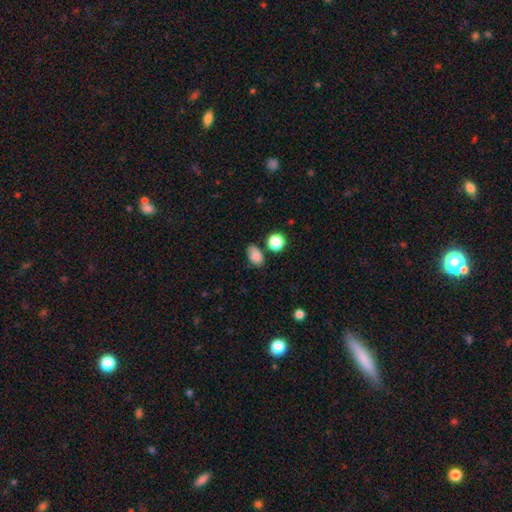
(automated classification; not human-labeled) Morphology: type=smooth (82%); roundness=in between (80%); merging=none (62%).